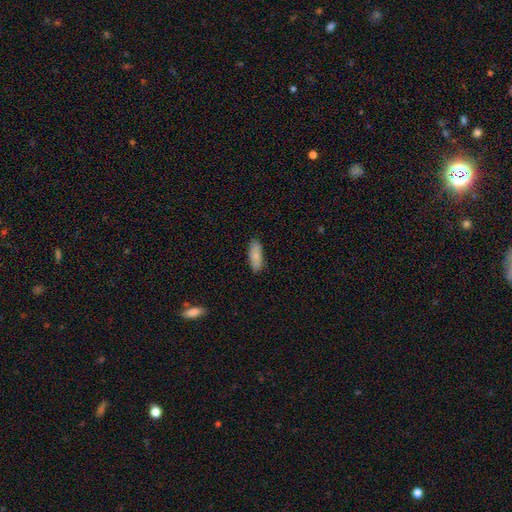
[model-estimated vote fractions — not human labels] This is clearly a smooth galaxy (82%). How rounded: likely in between (73%). Merging: clearly none (83%).